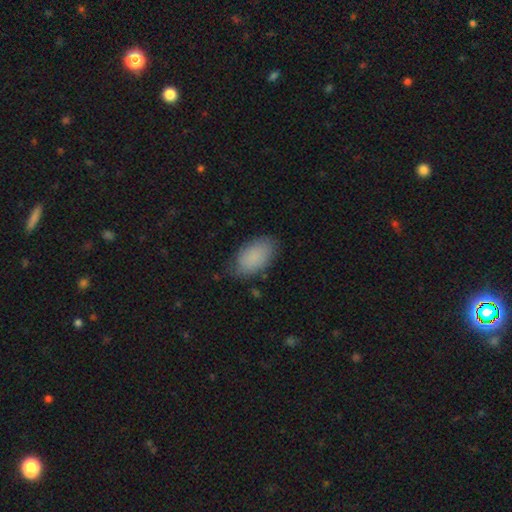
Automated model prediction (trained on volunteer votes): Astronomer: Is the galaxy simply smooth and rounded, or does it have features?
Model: smooth — 87%.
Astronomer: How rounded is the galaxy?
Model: in between — 94%.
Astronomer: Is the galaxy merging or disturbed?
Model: none — 76%.